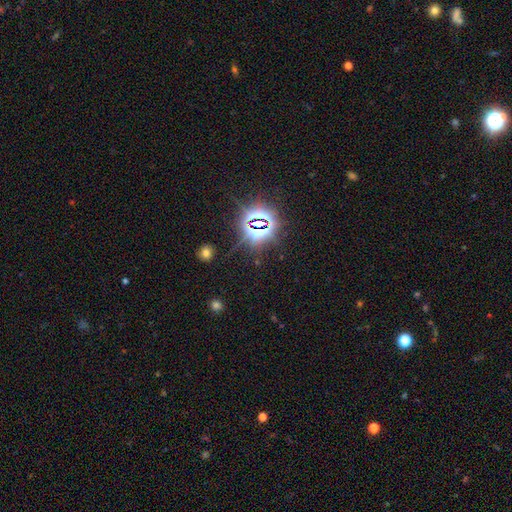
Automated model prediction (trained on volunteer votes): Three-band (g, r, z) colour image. It shows a star or artifact, not a galaxy (80%).